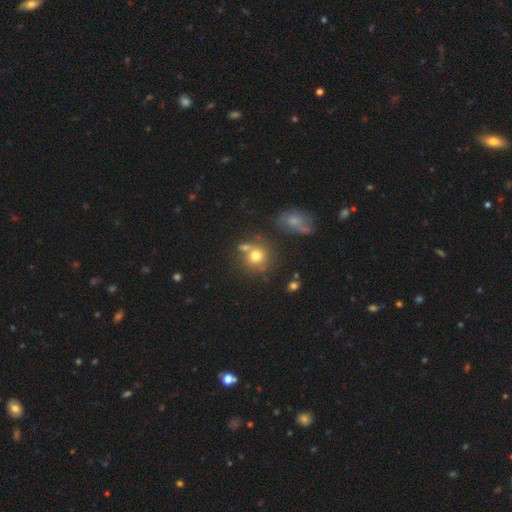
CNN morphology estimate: Smooth or featured? Predicted: smooth (p=0.74). How rounded? Predicted: round (p=0.84). Merging? Predicted: none (p=0.58).